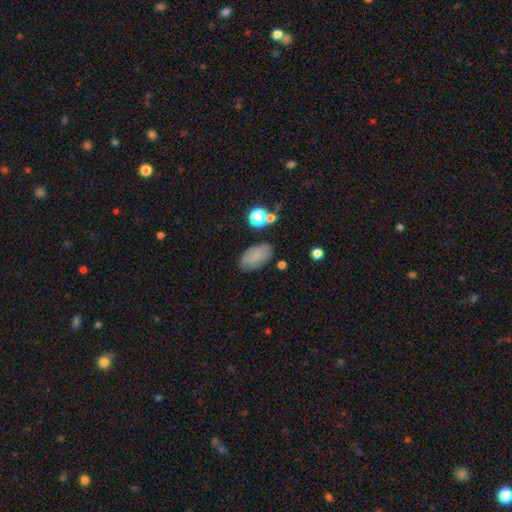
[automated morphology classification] This appears to be a smooth galaxy with no disk features (77%) that is in between round and cigar-shaped (93%). Merging: none (75%).